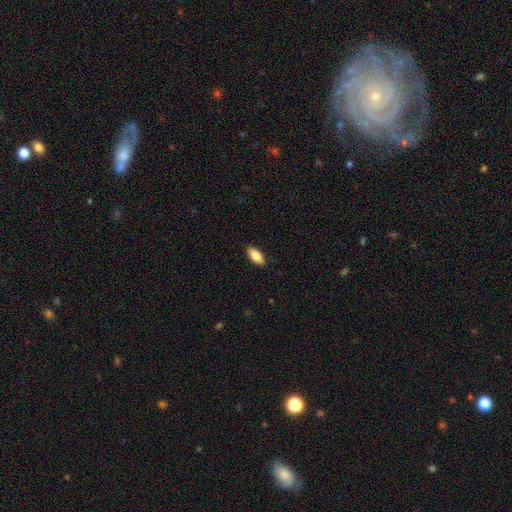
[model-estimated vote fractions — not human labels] smooth 84%, featured or disk 9%, star or artifact 6%. Down the decision tree: how rounded — in between (88%); merging — none (89%).